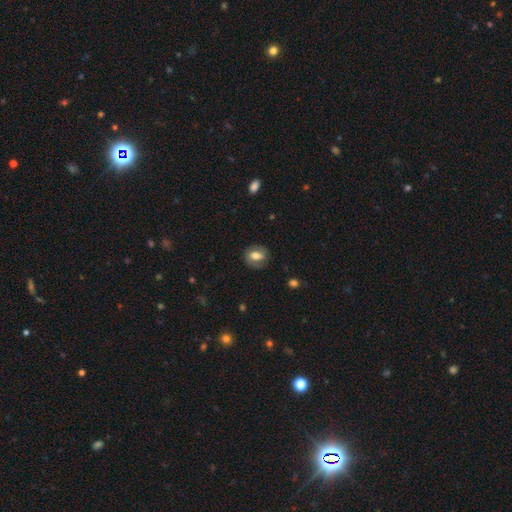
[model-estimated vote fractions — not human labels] smooth_or_featured: smooth (p=0.53) [alt: featured or disk p=0.39]
how_rounded: in between (p=0.55) [alt: round p=0.44]
merging: none (p=0.79) [alt: minor disturbance p=0.14]